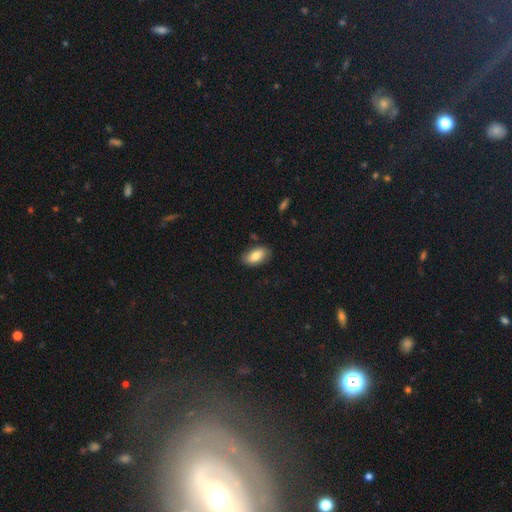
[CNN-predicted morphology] smooth_or_featured: smooth (p=0.79) [alt: featured or disk p=0.13]
how_rounded: in between (p=0.92) [alt: round p=0.05]
merging: none (p=0.81) [alt: minor disturbance p=0.14]